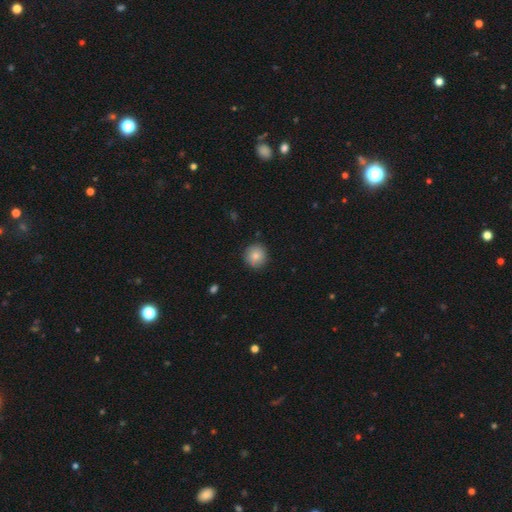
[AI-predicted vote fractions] Smooth or featured? Predicted: smooth (p=0.82). How rounded? Predicted: round (p=0.92). Merging? Predicted: none (p=0.87).